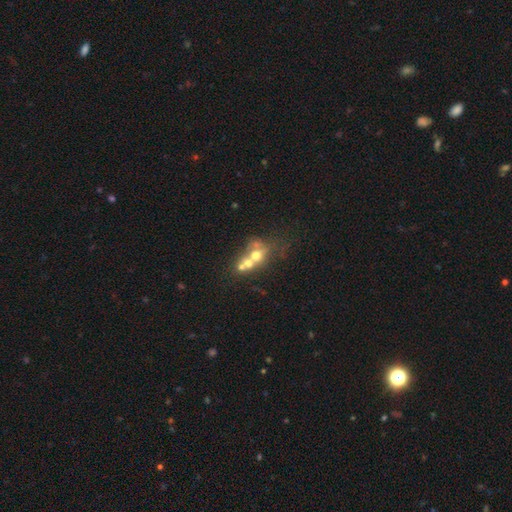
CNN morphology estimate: A smooth galaxy with no disk features (51%) that is round (67%). Merging: merger (61%).